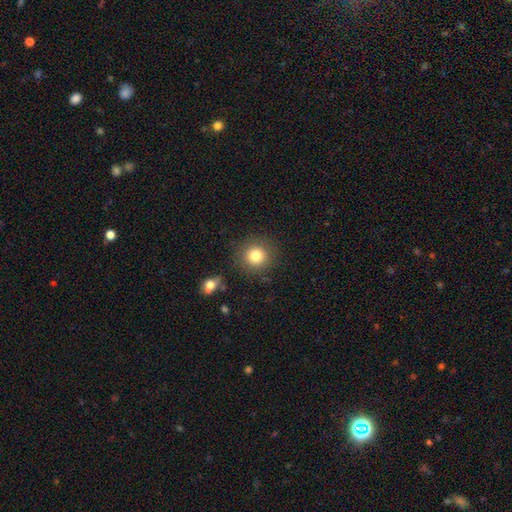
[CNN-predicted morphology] This appears to be a smooth galaxy with no disk features (81%) that is round (92%). Merging: none (86%).